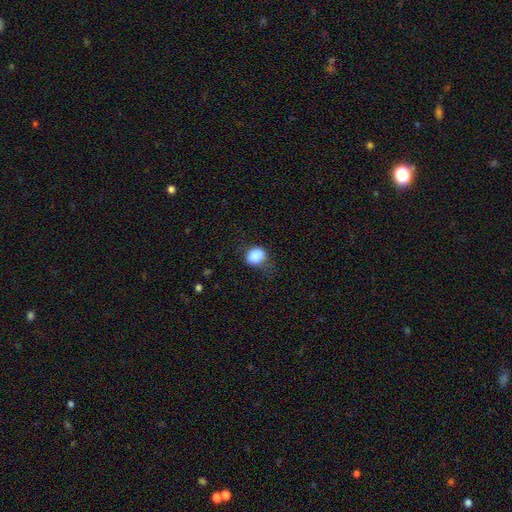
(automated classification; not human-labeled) Smooth or featured? smooth (87%)
How rounded? round (66%)
Merging? none (61%)